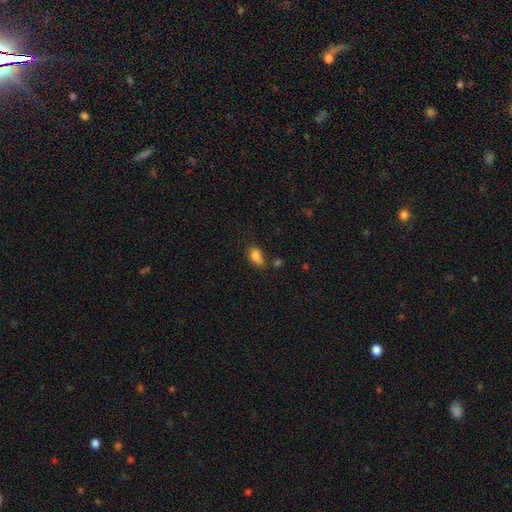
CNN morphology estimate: A smooth galaxy with no disk features (83%) that is in between round and cigar-shaped (84%). Merging: none (45%).